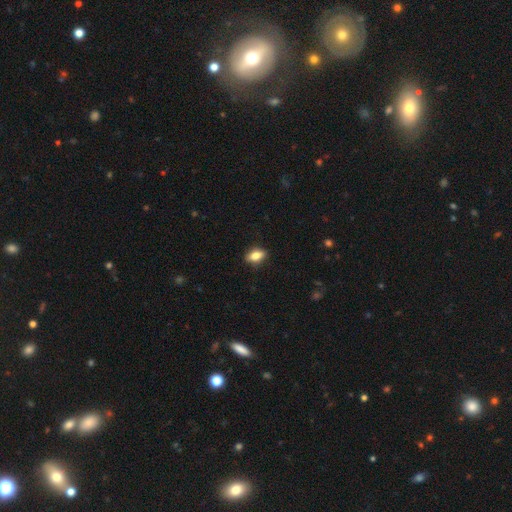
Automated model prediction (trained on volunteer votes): Morphology: type=smooth (79%); roundness=in between (84%); merging=none (85%).